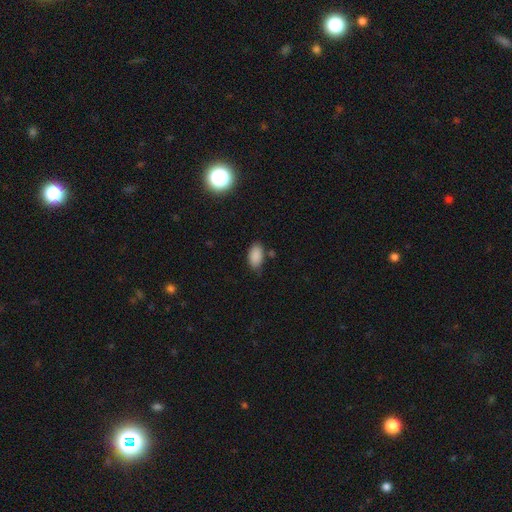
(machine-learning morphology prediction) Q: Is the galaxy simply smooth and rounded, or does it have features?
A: smooth — 87%.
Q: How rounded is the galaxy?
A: in between — 94%.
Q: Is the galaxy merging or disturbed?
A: none — 76%.